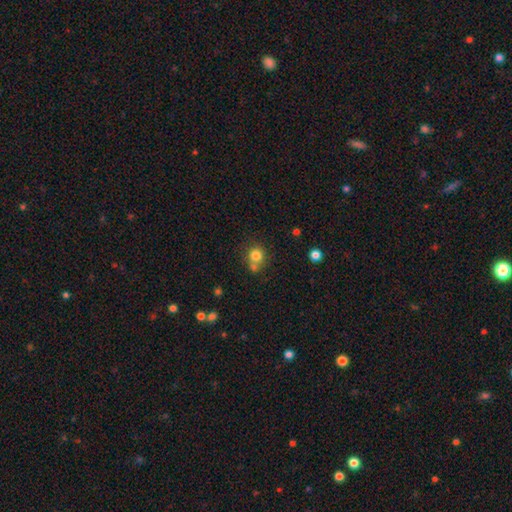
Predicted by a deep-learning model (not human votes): Overall: smooth (80%). How rounded: round (88%). Merging: none (61%; merger 26%).